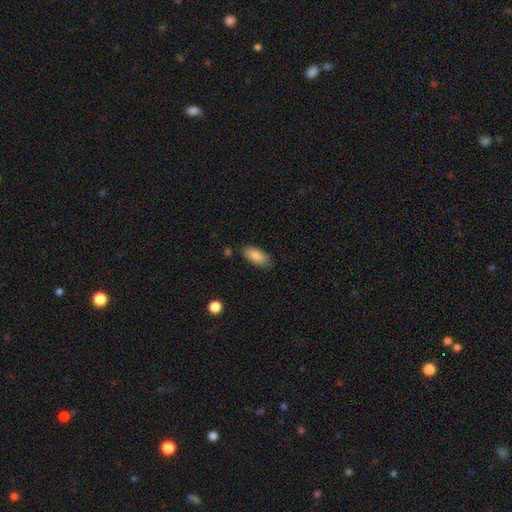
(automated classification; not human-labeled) A smooth galaxy with no disk features (86%) that is in between round and cigar-shaped (88%).

Vote fractions:
- Smooth or featured? smooth: 86% / featured or disk: 7% / star or artifact: 7%
- How rounded? in between: 88% / cigar-shaped: 10% / round: 2%
- Merging? none: 81% / minor disturbance: 14% / major disturbance: 3% / merger: 2%